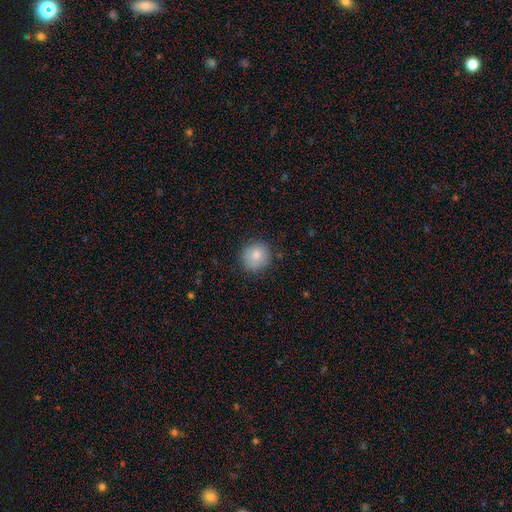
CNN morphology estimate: Smooth or featured?
  - smooth: 83% *
  - featured or disk: 9%
  - star or artifact: 8%
How rounded?
  - round: 90% *
  - in between: 9%
  - cigar-shaped: 1%
Merging?
  - none: 85% *
  - minor disturbance: 11%
  - major disturbance: 3%
  - merger: 1%